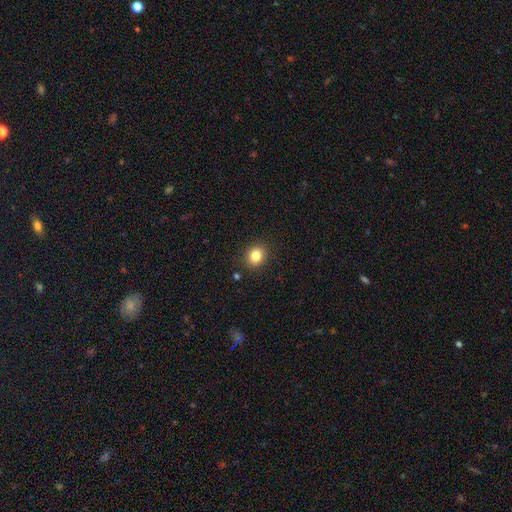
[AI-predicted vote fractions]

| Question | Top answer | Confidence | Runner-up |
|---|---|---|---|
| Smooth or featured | smooth | 83% | star or artifact (11%) |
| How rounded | round | 70% | in between (29%) |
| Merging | none | 89% | minor disturbance (8%) |